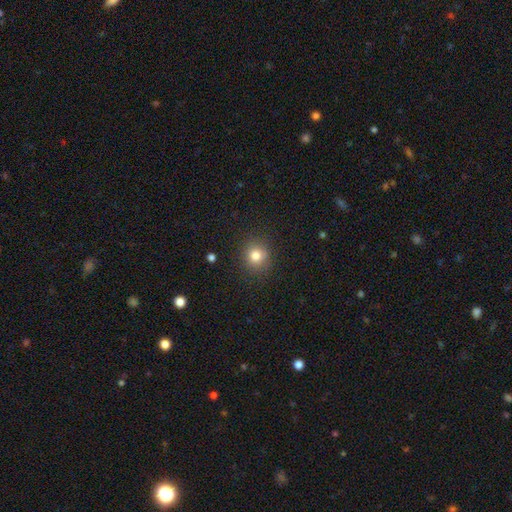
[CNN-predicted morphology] Smooth or featured? smooth (80%)
How rounded? round (87%)
Merging? none (88%)